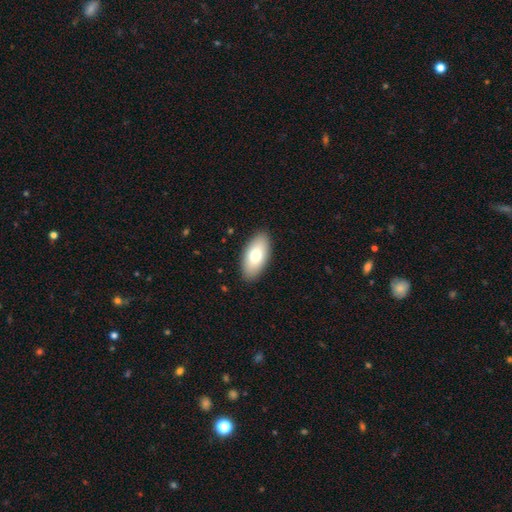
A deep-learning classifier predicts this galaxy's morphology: Q: Smooth or featured?
A: smooth (73%); runner-up: featured or disk (20%)
Q: How rounded?
A: in between (92%); runner-up: cigar-shaped (5%)
Q: Merging?
A: none (89%); runner-up: minor disturbance (8%)